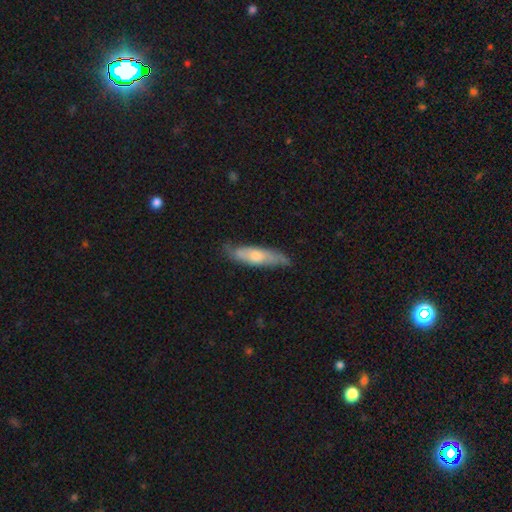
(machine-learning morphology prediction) smooth_or_featured: featured or disk (p=0.47) [tied with: smooth p=0.47]
merging: none (p=0.72) [alt: minor disturbance p=0.22]